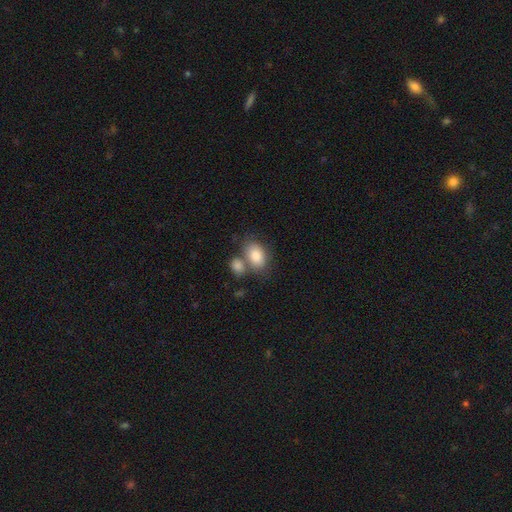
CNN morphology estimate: A smooth galaxy with no disk features (84%) that is in between round and cigar-shaped (85%). Merging: none (46%).